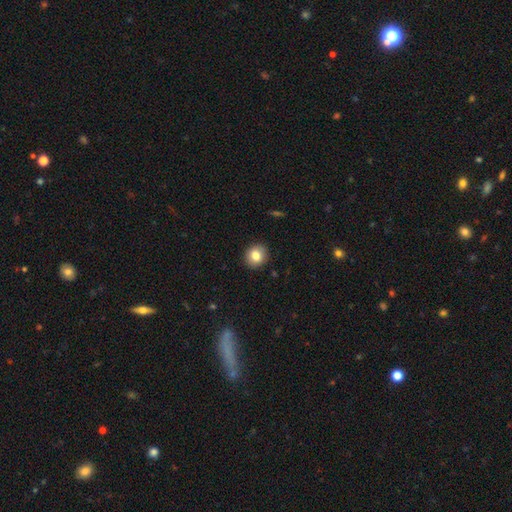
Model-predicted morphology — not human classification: smooth-or-featured: smooth: 81% | star or artifact: 10% | featured or disk: 9%
  how-rounded: round: 80% | in between: 19% | cigar-shaped: 1%
  merging: none: 91% | minor disturbance: 6% | major disturbance: 2% | merger: 1%